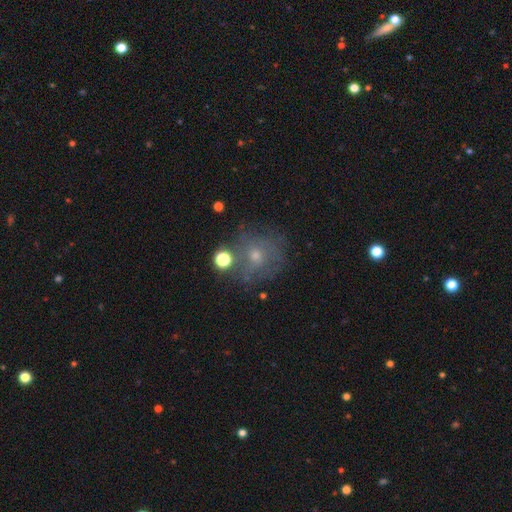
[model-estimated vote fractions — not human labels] This appears to be a smooth galaxy with no disk features (47%). Merging: none (65%).